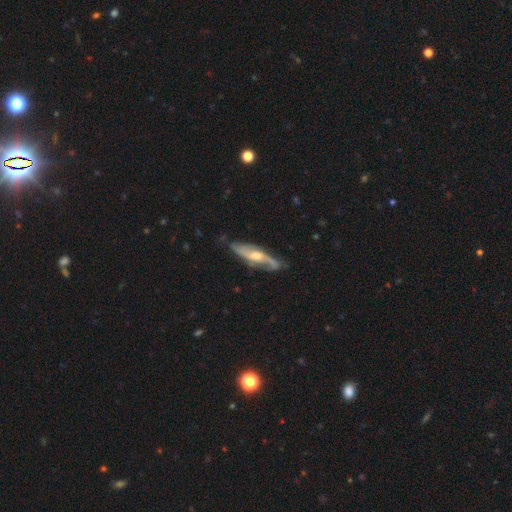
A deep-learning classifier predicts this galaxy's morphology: A featured or disk galaxy (78%) with no bar (50%), spiral arms (92%) and a moderate central bulge (65%).

Vote fractions:
- Smooth or featured? featured or disk: 78% / smooth: 16% / star or artifact: 5%
- Edge-on disk? no: 64% / yes: 36%
- Bar? no: 50% / weak: 37% / strong: 13%
- Spiral arms? yes: 92% / no: 8%
- Bulge size? moderate: 65% / small: 24% / large: 7% / none: 2% / dominant: 1%
- Merging? none: 75% / minor disturbance: 19% / major disturbance: 5% / merger: 2%